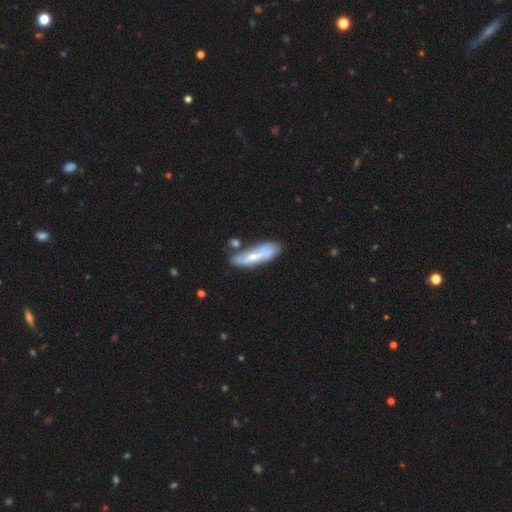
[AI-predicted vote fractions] Q: Smooth or featured?
A: smooth (49%); runner-up: featured or disk (45%)
Q: Merging?
A: none (55%); runner-up: minor disturbance (22%)